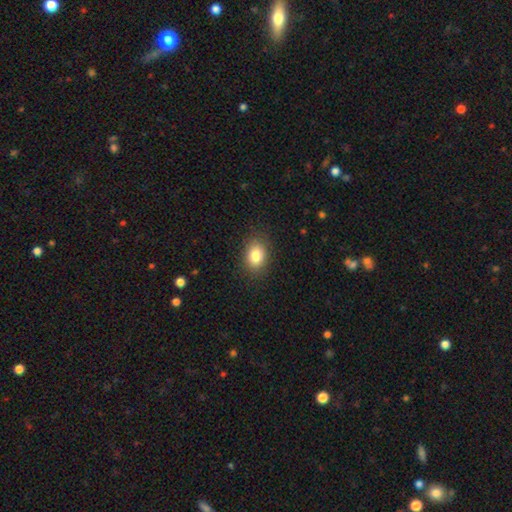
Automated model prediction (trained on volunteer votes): Smooth or featured?
  - smooth: 83% *
  - star or artifact: 10%
  - featured or disk: 7%
How rounded?
  - in between: 69% *
  - round: 30%
  - cigar-shaped: 1%
Merging?
  - none: 87% *
  - minor disturbance: 9%
  - major disturbance: 3%
  - merger: 1%